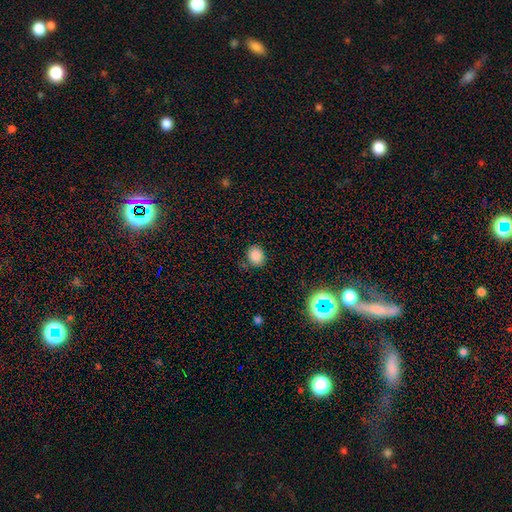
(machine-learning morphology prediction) Q: Smooth or featured?
A: smooth (83%); runner-up: star or artifact (12%)
Q: How rounded?
A: round (63%); runner-up: in between (36%)
Q: Merging?
A: none (81%); runner-up: minor disturbance (13%)